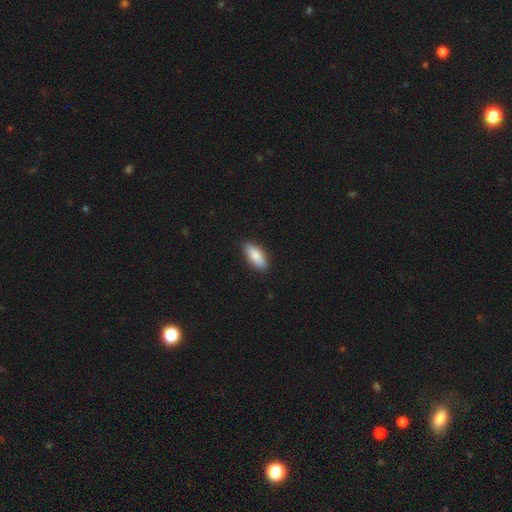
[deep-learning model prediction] A smooth galaxy with no disk features (82%) that is in between round and cigar-shaped (77%). Merging: none (88%).